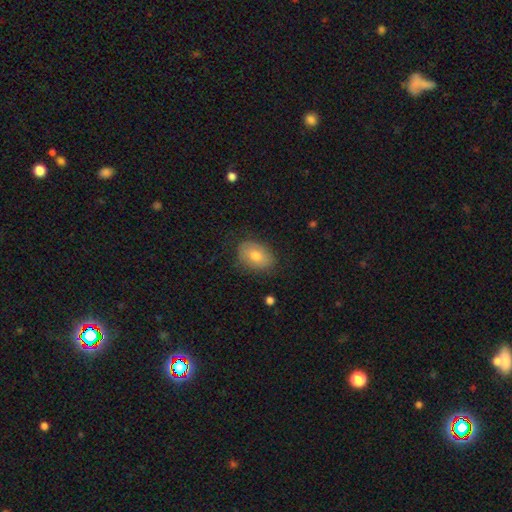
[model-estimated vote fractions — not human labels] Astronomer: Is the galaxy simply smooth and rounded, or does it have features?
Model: smooth — 70%.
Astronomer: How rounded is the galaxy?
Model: in between — 78%.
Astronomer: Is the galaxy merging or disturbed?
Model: none — 78%.